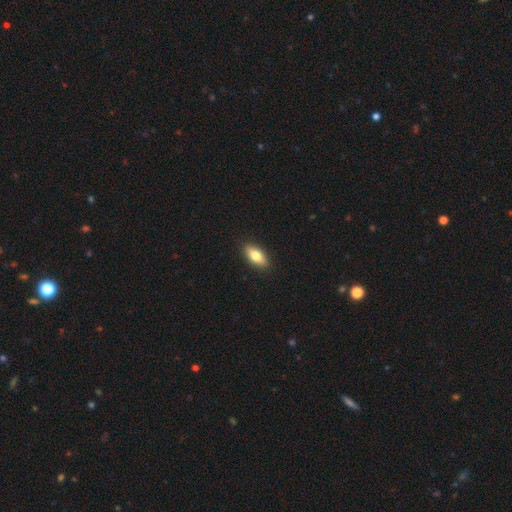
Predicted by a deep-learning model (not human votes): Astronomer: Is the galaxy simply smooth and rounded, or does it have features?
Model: smooth — 79%.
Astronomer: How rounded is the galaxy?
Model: in between — 85%.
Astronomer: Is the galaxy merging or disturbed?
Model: none — 90%.